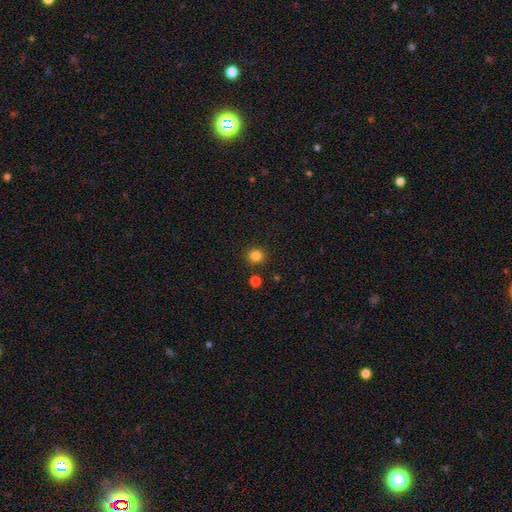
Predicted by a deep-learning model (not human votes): This appears to be a smooth galaxy with no disk features (83%) that is round (85%). Merging: none (87%).